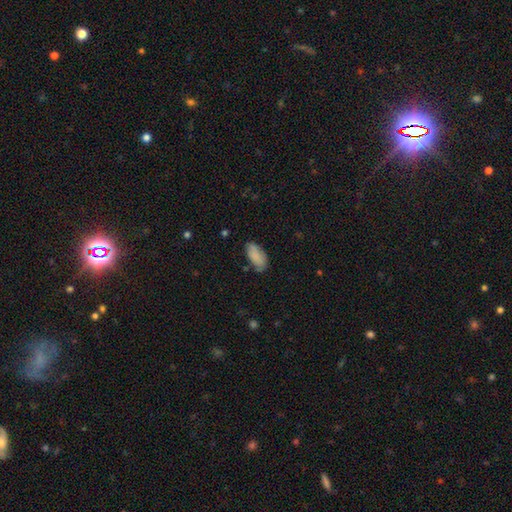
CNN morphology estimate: Smooth or featured? Predicted: smooth (p=0.87). How rounded? Predicted: in between (p=0.92). Merging? Predicted: none (p=0.71).